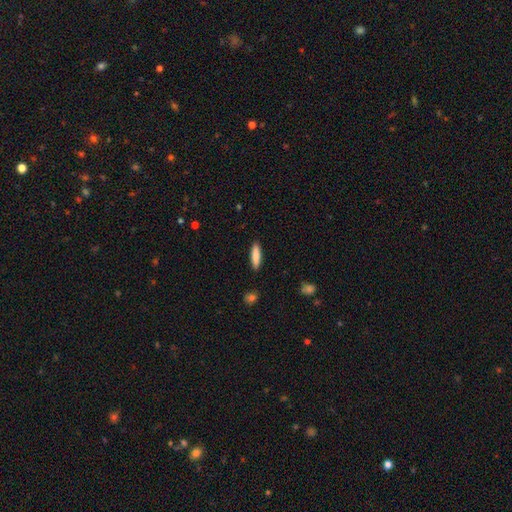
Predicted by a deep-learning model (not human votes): Smooth or featured: smooth — 84% (featured or disk — 11%)
How rounded: cigar-shaped — 77% (in between — 22%)
Merging: none — 90% (minor disturbance — 7%)